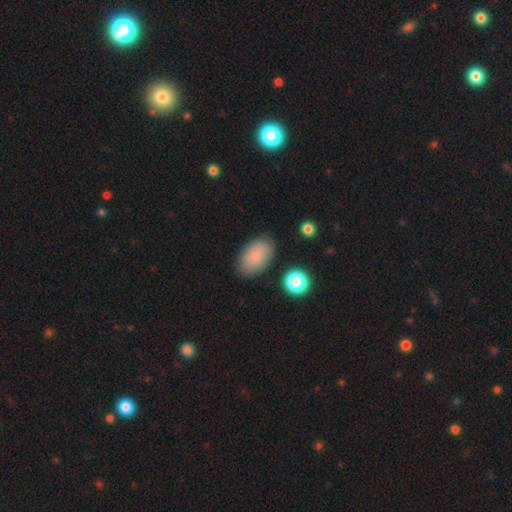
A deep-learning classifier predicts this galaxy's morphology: Q: Smooth or featured?
A: smooth (86%); runner-up: star or artifact (7%)
Q: How rounded?
A: in between (93%); runner-up: round (5%)
Q: Merging?
A: none (84%); runner-up: minor disturbance (11%)